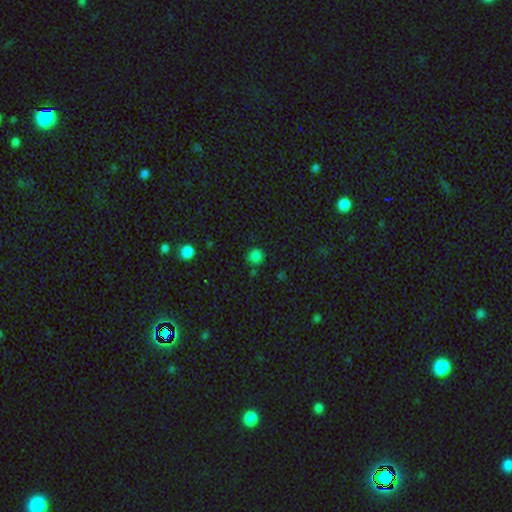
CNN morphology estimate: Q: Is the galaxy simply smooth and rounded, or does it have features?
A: smooth — 80%.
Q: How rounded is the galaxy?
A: round — 90%.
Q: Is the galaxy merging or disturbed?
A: none — 81%.